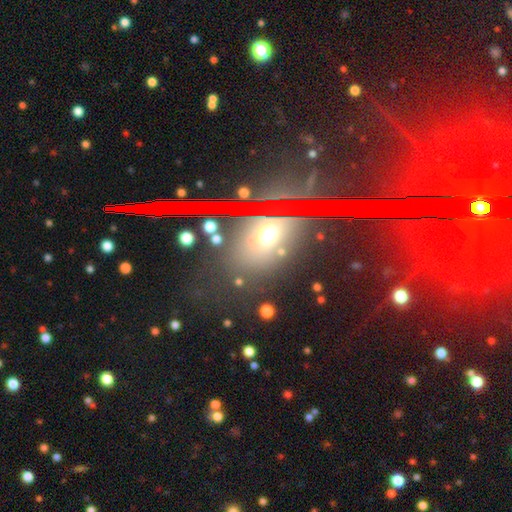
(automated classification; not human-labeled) The model was most divided on "smooth or featured": star or artifact: 49%, smooth: 29%, featured or disk: 22%.